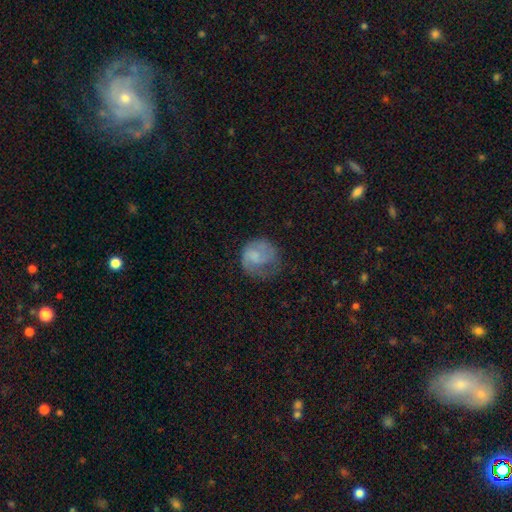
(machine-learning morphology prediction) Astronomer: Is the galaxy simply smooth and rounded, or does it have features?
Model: smooth — 49% (runner-up: featured or disk, 43%).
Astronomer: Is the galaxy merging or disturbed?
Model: none — 46% (runner-up: minor disturbance, 27%).